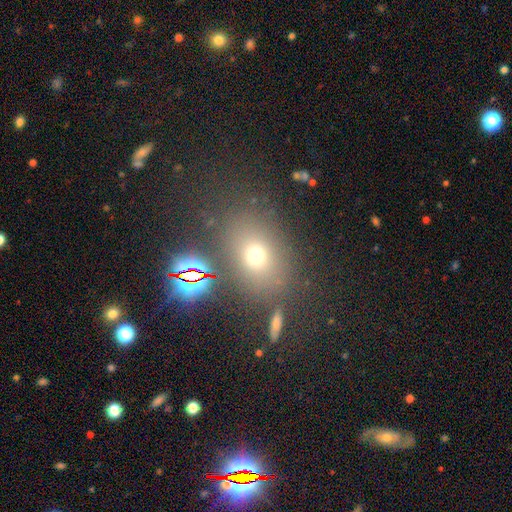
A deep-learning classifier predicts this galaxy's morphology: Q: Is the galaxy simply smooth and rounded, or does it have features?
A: smooth — 64%.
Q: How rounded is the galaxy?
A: in between — 56%.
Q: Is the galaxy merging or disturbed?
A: none — 75%.